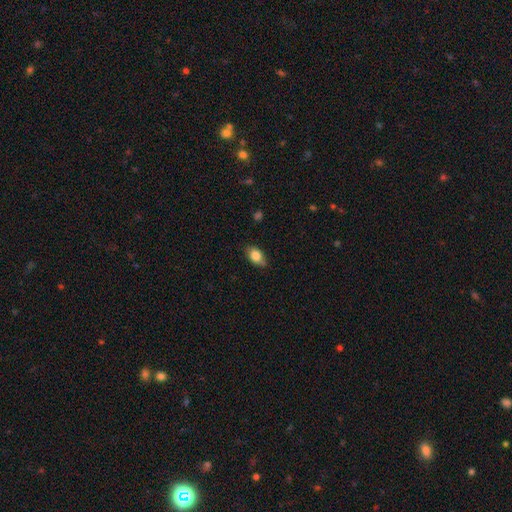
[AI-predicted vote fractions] A smooth galaxy with no disk features (83%) that is in between round and cigar-shaped (82%).

Vote fractions:
- Smooth or featured? smooth: 83% / featured or disk: 9% / star or artifact: 8%
- How rounded? in between: 82% / round: 16% / cigar-shaped: 3%
- Merging? none: 71% / minor disturbance: 24% / major disturbance: 4% / merger: 2%